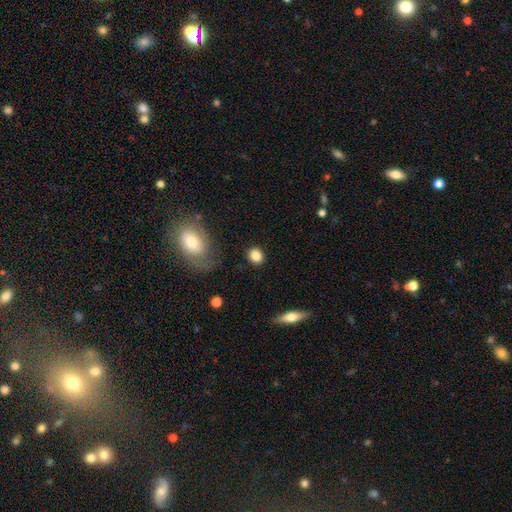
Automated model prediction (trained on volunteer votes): Smooth or featured: smooth — 86% (star or artifact — 9%)
How rounded: round — 70% (in between — 28%)
Merging: none — 87% (minor disturbance — 8%)